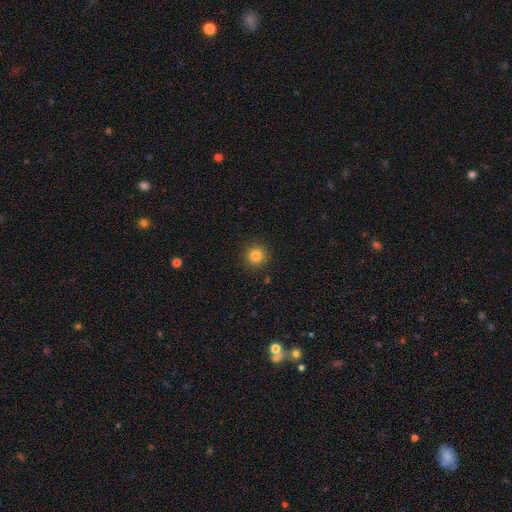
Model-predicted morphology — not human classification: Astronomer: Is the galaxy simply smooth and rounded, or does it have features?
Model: smooth — 83%.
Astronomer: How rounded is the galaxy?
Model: round — 95%.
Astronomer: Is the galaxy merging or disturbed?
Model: none — 92%.